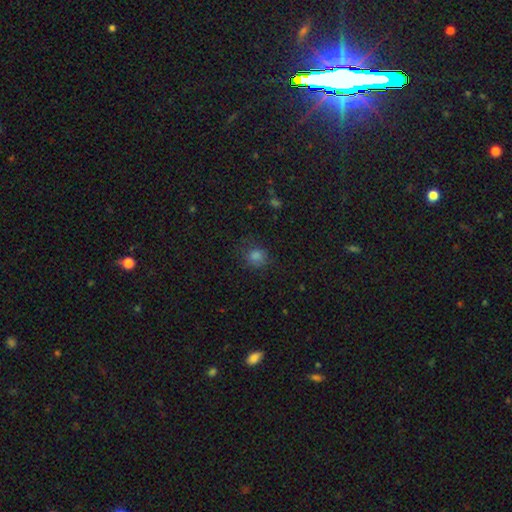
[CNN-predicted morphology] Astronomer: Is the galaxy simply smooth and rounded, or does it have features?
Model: smooth — 78%.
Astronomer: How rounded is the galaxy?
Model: round — 79%.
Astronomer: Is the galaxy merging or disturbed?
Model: none — 76%.